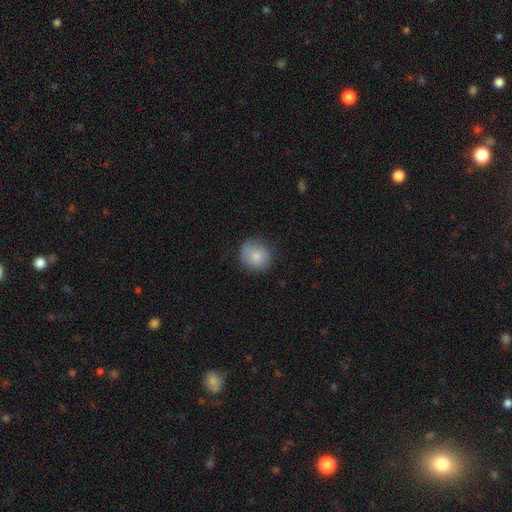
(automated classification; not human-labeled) Smooth or featured?
  - smooth: 80% *
  - featured or disk: 12%
  - star or artifact: 8%
How rounded?
  - round: 84% *
  - in between: 15%
  - cigar-shaped: 1%
Merging?
  - none: 73% *
  - minor disturbance: 20%
  - major disturbance: 5%
  - merger: 2%